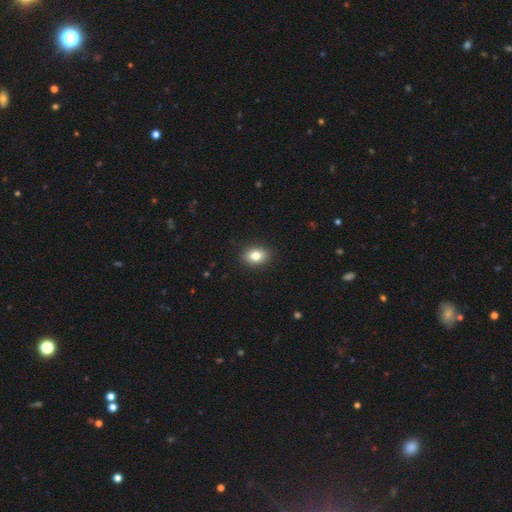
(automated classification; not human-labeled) This is clearly a smooth galaxy (82%). How rounded: likely in between (77%). Merging: clearly none (90%).